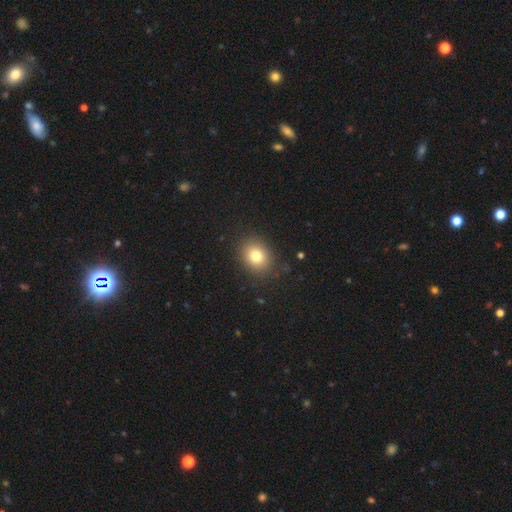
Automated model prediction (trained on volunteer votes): Morphology: type=smooth (79%); roundness=round (55%); merging=none (87%).